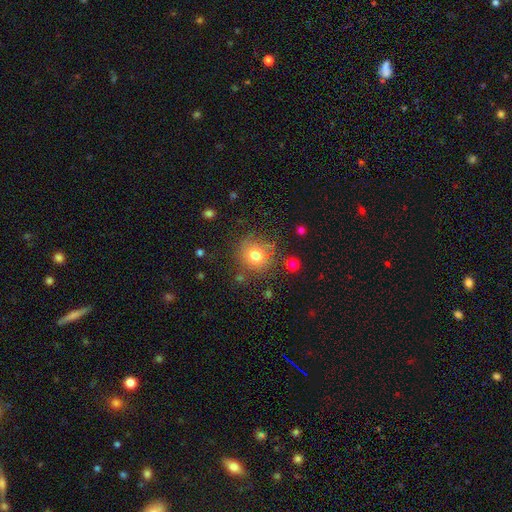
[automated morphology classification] A smooth galaxy with no disk features (76%) that is round (88%). Merging: none (77%).